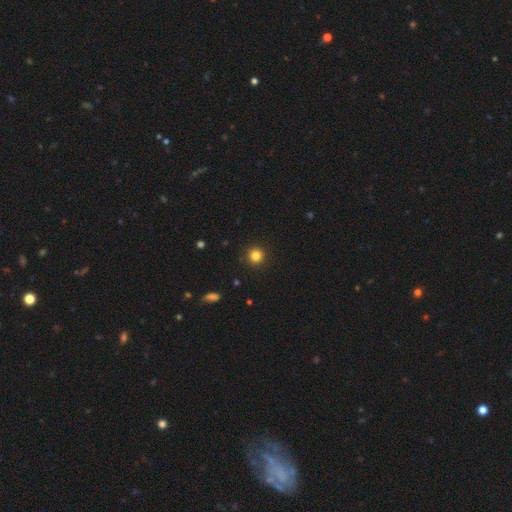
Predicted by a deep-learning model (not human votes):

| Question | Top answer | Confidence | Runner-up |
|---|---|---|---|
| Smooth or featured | smooth | 83% | star or artifact (12%) |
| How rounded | round | 95% | in between (4%) |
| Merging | none | 91% | minor disturbance (6%) |